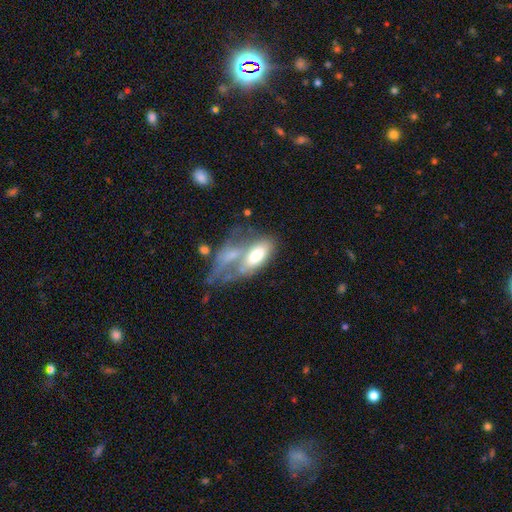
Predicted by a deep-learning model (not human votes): smooth-or-featured: smooth: 61% | featured or disk: 31% | star or artifact: 7%
  how-rounded: in between: 86% | cigar-shaped: 10% | round: 3%
  merging: merger: 39% | major disturbance: 32% | none: 16% | minor disturbance: 13%